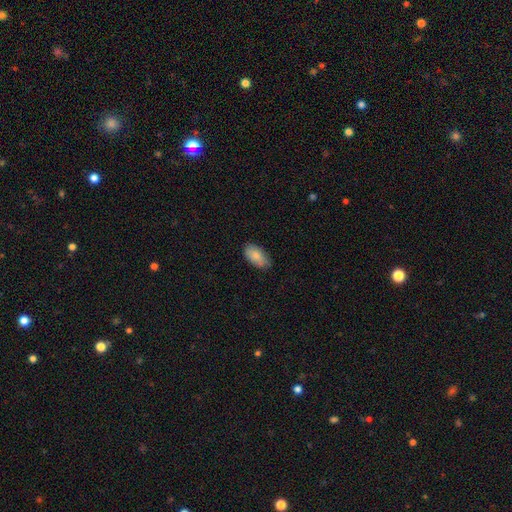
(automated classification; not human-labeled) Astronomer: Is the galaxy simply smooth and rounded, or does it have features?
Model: smooth — 86%.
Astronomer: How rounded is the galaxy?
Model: in between — 94%.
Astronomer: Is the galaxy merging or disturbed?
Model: none — 79%.